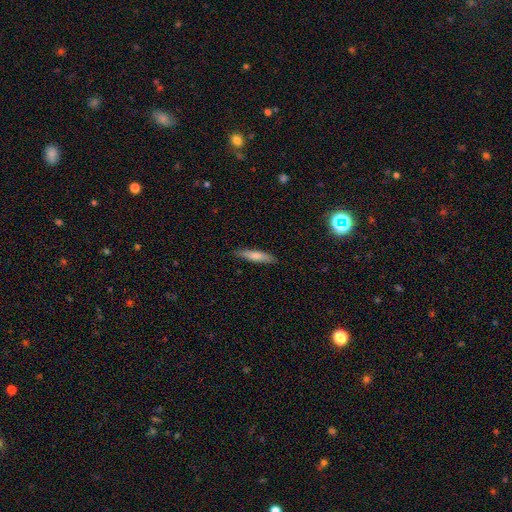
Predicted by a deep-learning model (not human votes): A smooth galaxy with no disk features (74%) that is cigar-shaped (82%). Merging: none (88%).